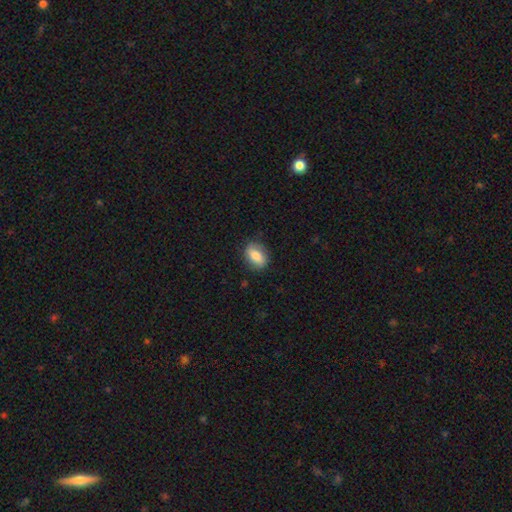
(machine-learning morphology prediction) Q: Smooth or featured?
A: smooth (79%); runner-up: featured or disk (14%)
Q: How rounded?
A: in between (80%); runner-up: round (18%)
Q: Merging?
A: none (81%); runner-up: minor disturbance (14%)